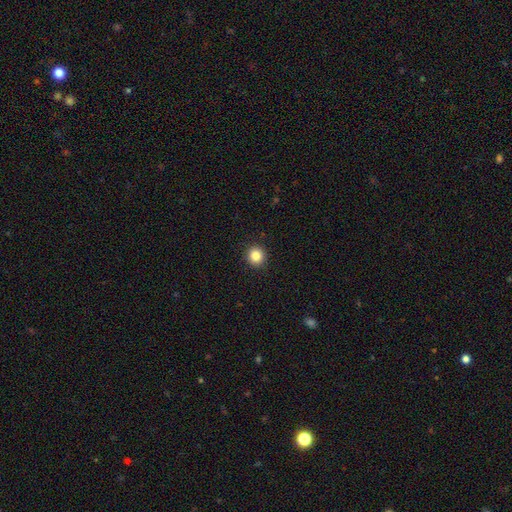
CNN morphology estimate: Smooth or featured: smooth — 85% (star or artifact — 11%)
How rounded: round — 92% (in between — 7%)
Merging: none — 92% (minor disturbance — 5%)